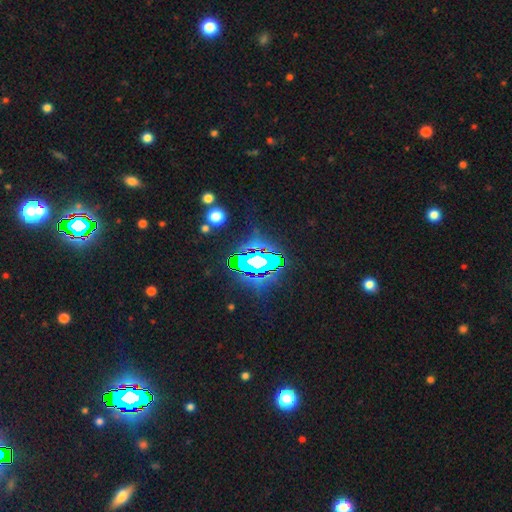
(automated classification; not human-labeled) Morphology: type=star or artifact (74%).